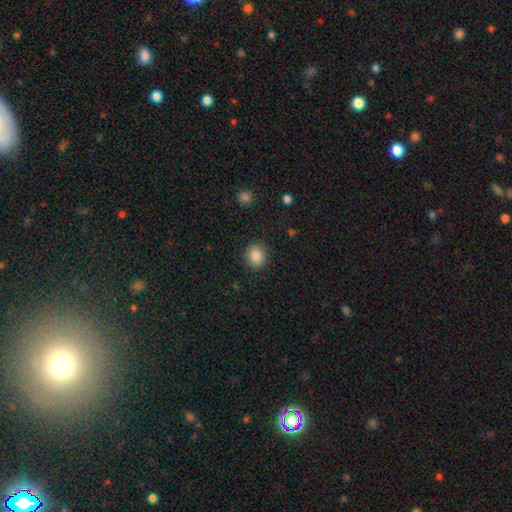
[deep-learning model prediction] smooth-or-featured: smooth: 86% | star or artifact: 9% | featured or disk: 5%
  how-rounded: round: 77% | in between: 22% | cigar-shaped: 1%
  merging: none: 88% | minor disturbance: 8% | major disturbance: 3% | merger: 1%